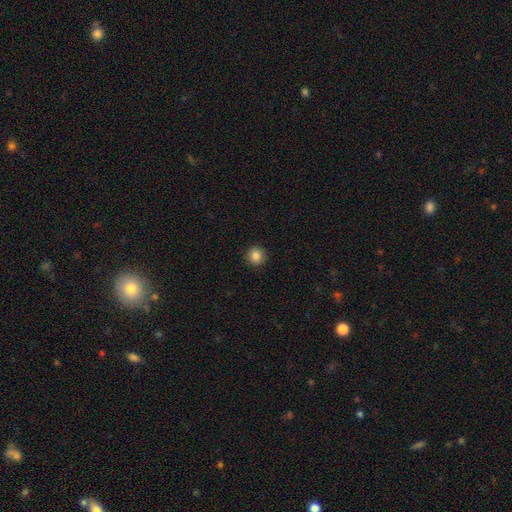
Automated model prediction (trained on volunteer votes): The model was most divided on "smooth or featured": smooth: 86%, star or artifact: 10%, featured or disk: 4%. More confident: how rounded — round (95%); merging — none (93%).